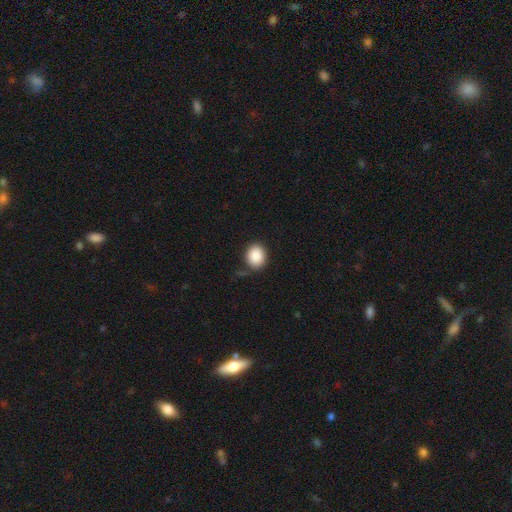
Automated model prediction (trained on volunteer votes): Overall: smooth (88%). How rounded: round (58%; in between 41%). Merging: none (76%).